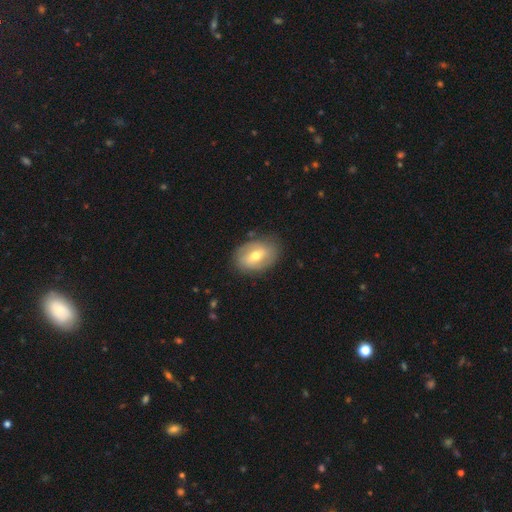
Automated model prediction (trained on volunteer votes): smooth 47%, featured or disk 46%, star or artifact 7%. Down the decision tree: merging — none (79%).